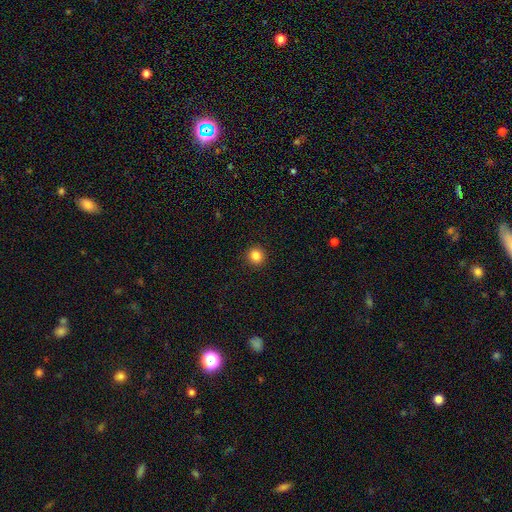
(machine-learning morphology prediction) smooth 85%, star or artifact 11%, featured or disk 4%. Down the decision tree: how rounded — round (93%); merging — none (93%).